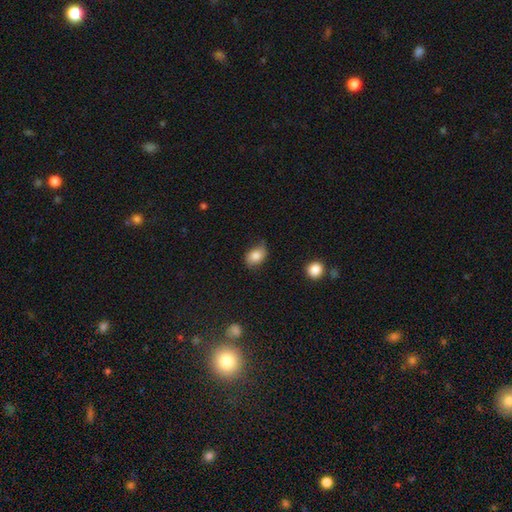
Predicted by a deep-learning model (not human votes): Q: Smooth or featured?
A: smooth (82%); runner-up: featured or disk (9%)
Q: How rounded?
A: in between (77%); runner-up: round (22%)
Q: Merging?
A: none (63%); runner-up: minor disturbance (29%)